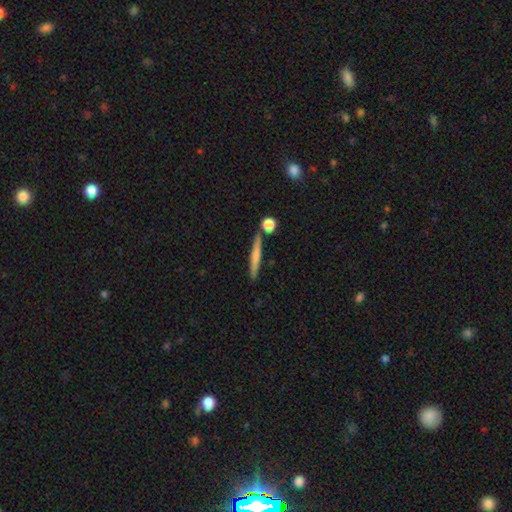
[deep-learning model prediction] The model was most divided on "smooth or featured": smooth: 62%, featured or disk: 32%, star or artifact: 7%. More confident: how rounded — cigar-shaped (92%); merging — none (82%).